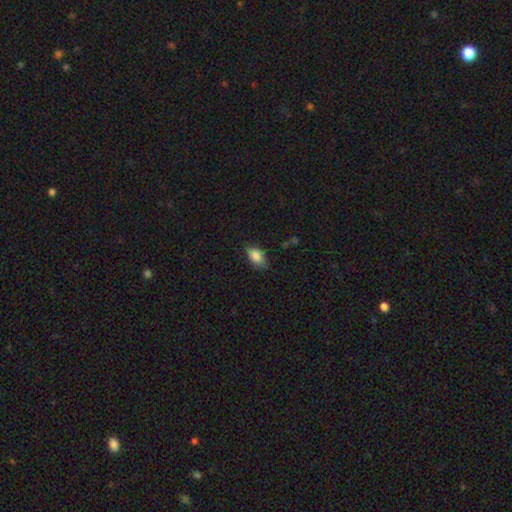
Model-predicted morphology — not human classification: Smooth or featured? smooth (86%)
How rounded? in between (89%)
Merging? none (74%)